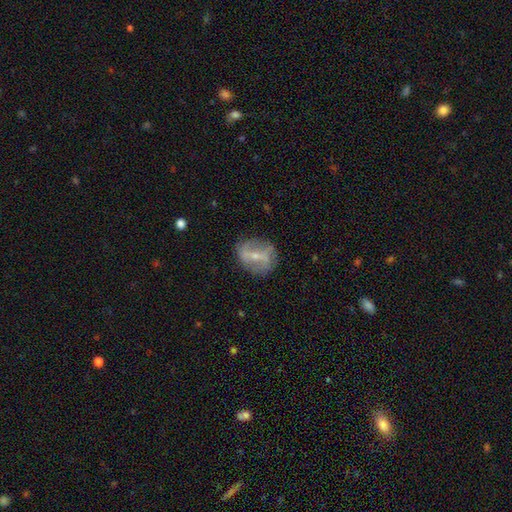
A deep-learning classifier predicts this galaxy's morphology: Overall: featured or disk (67%). Edge-on disk: no (91%). Bar: strong (48%; weak 34%). Spiral arms: yes (57%; no 43%). Bulge size: small (60%; moderate 34%). Merging: none (74%).